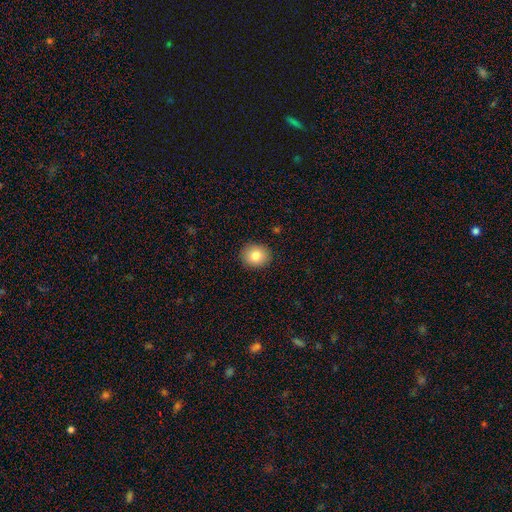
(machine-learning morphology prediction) smooth 84%, star or artifact 9%, featured or disk 7%. Down the decision tree: how rounded — round (73%); merging — none (91%).